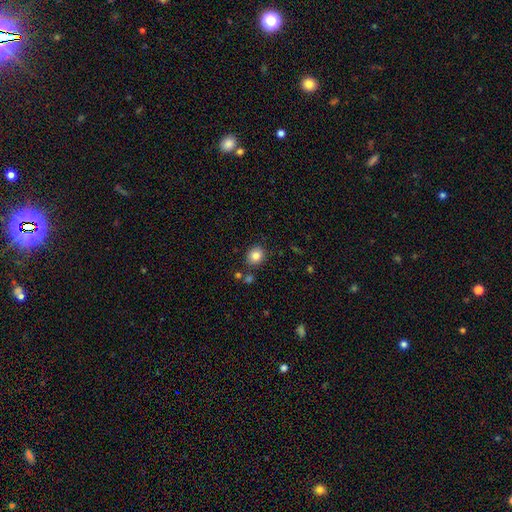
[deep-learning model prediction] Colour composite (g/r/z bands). It shows a smooth galaxy with no disk features (84%) that is round (71%). Merging: none (83%).